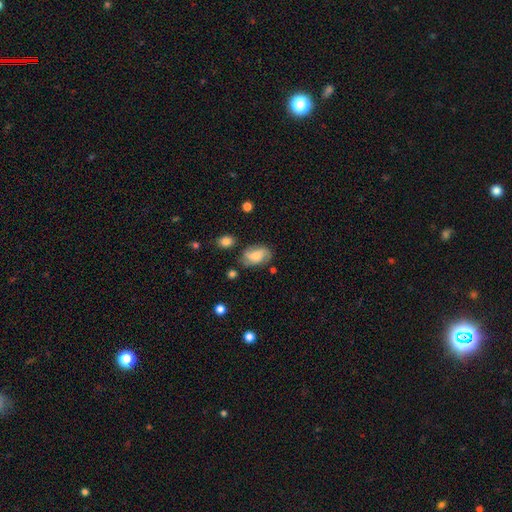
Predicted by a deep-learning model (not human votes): Smooth or featured? smooth (52%)
How rounded? in between (86%)
Merging? none (65%)